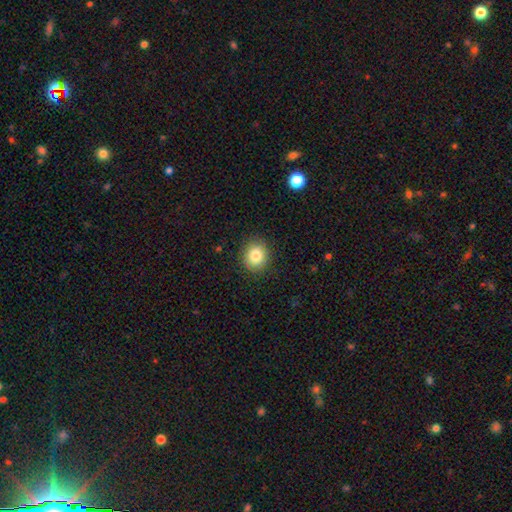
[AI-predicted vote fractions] Q: Smooth or featured?
A: smooth (83%); runner-up: star or artifact (10%)
Q: How rounded?
A: round (78%); runner-up: in between (22%)
Q: Merging?
A: none (90%); runner-up: minor disturbance (7%)